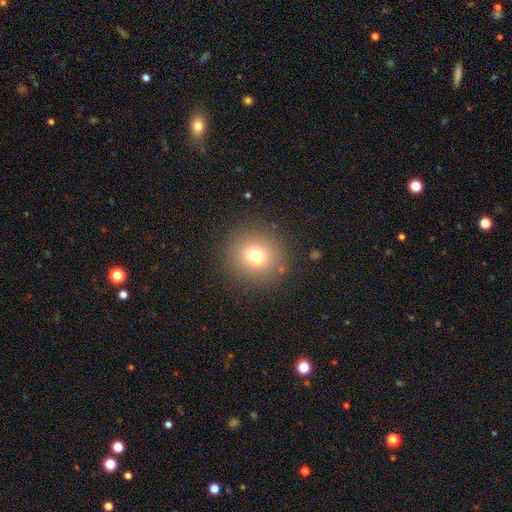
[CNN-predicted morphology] Smooth or featured? smooth (68%)
How rounded? round (86%)
Merging? none (70%)